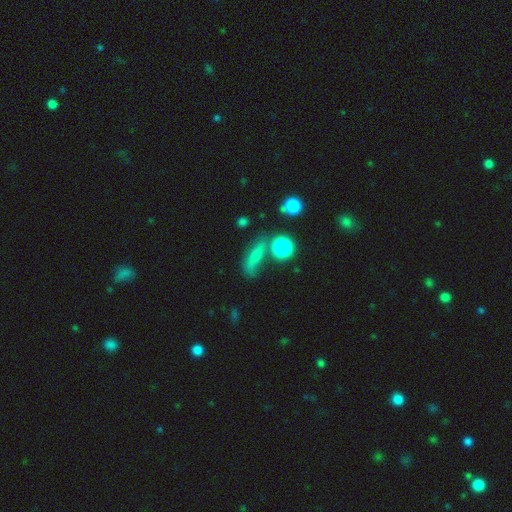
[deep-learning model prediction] Smooth or featured? smooth (62%)
How rounded? cigar-shaped (42%)
Merging? none (52%)